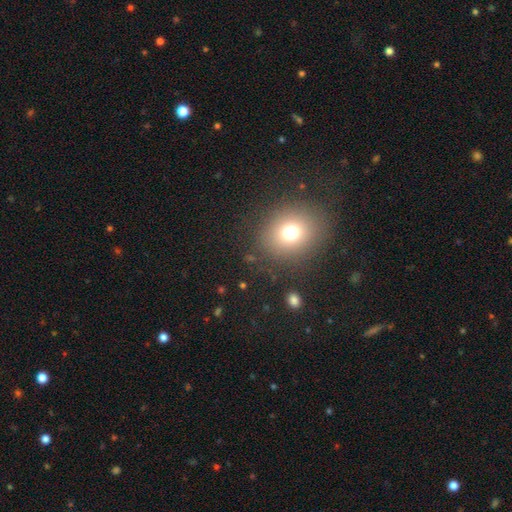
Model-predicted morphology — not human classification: This is likely a smooth galaxy (66%). How rounded: likely round (71%). Merging: clearly none (88%).